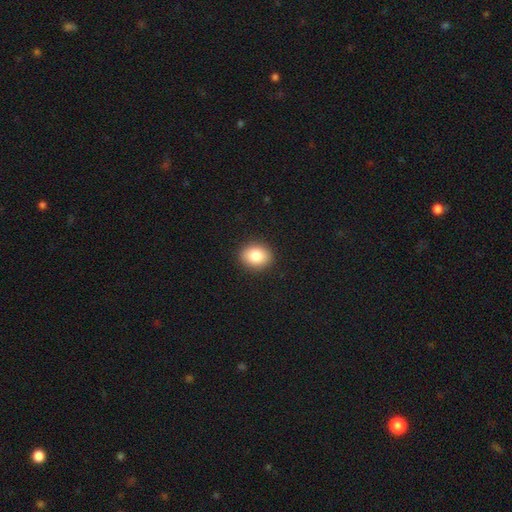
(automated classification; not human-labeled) smooth-or-featured: smooth: 85% | star or artifact: 8% | featured or disk: 7%
  how-rounded: round: 51% | in between: 48% | cigar-shaped: 1%
  merging: none: 91% | minor disturbance: 6% | major disturbance: 2% | merger: 1%